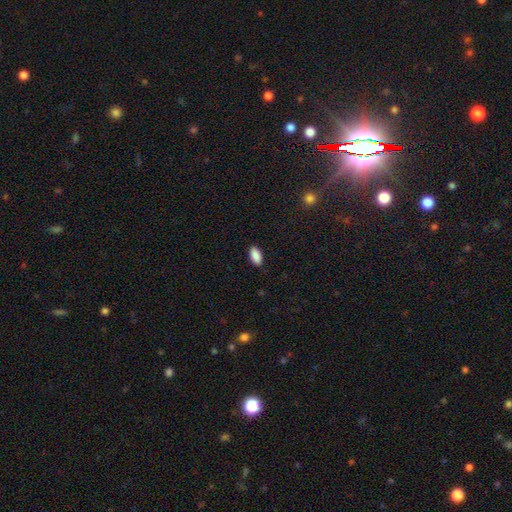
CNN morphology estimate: This appears to be a smooth galaxy with no disk features (90%) that is in between round and cigar-shaped (93%). Merging: none (89%).